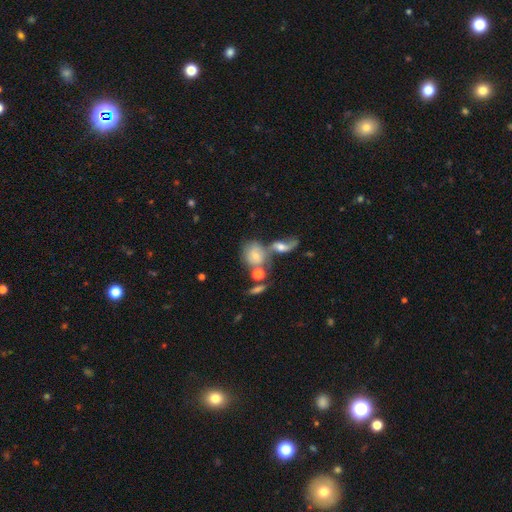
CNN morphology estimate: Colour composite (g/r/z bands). It shows a smooth galaxy with no disk features (55%) that is in between round and cigar-shaped (51%). Merging: merger (46%).